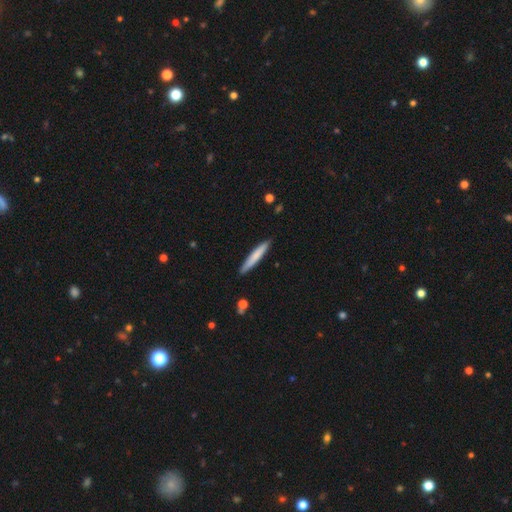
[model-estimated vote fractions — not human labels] smooth-or-featured: smooth: 73% | featured or disk: 22% | star or artifact: 5%
  how-rounded: cigar-shaped: 94% | in between: 4% | round: 1%
  merging: none: 89% | minor disturbance: 8% | major disturbance: 1% | merger: 1%